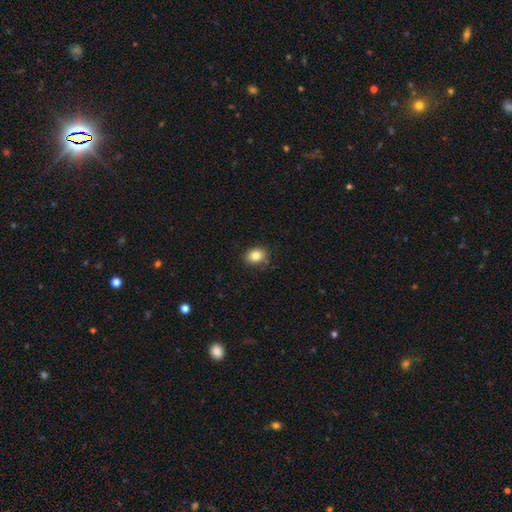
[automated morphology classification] Smooth or featured? smooth (83%)
How rounded? in between (54%)
Merging? none (83%)